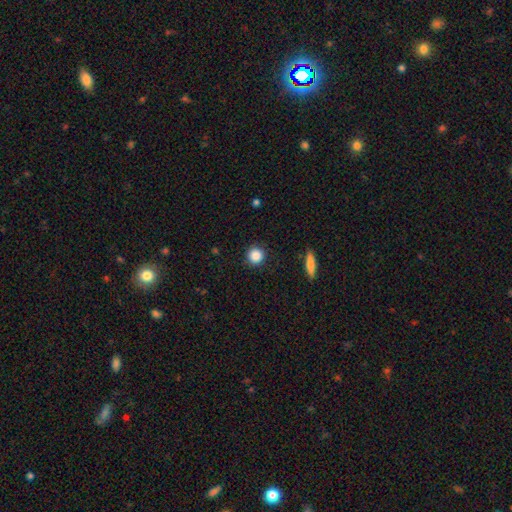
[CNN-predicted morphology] A smooth galaxy with no disk features (87%) that is round (93%). Merging: none (90%).